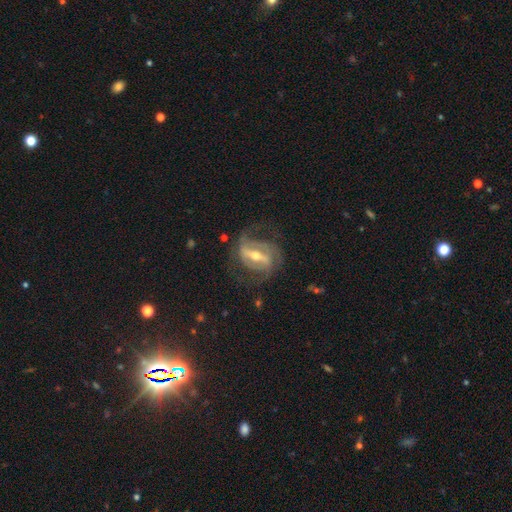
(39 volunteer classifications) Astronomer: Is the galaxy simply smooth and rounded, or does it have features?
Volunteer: featured or disk — 90%.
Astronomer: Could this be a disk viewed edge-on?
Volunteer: no — 97%.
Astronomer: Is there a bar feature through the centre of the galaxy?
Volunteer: strong — 62%.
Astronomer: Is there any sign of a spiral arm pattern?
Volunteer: yes — 94%.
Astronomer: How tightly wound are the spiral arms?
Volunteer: medium — 53% (runner-up: loose, 34%).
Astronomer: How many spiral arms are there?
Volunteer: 2 — 72%.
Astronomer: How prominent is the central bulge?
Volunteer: moderate — 71%.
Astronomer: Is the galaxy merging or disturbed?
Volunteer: none — 69%.